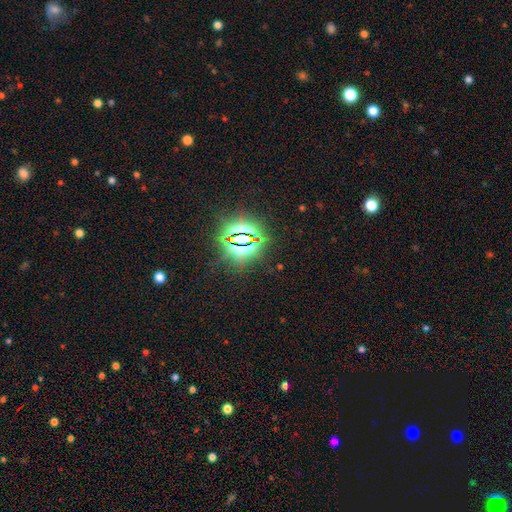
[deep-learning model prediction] Q: Smooth or featured?
A: star or artifact (83%); runner-up: smooth (10%)